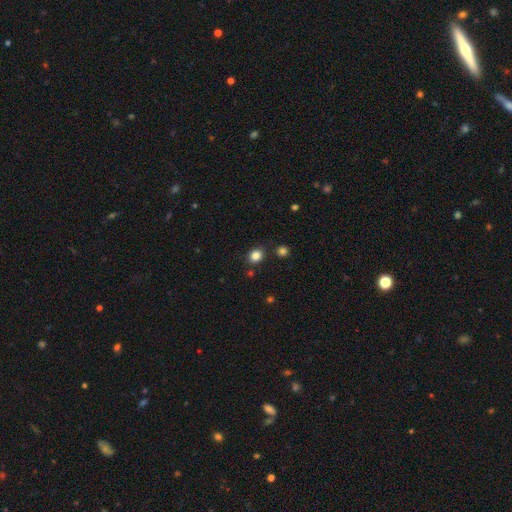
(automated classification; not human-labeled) smooth_or_featured: smooth (p=0.83) [alt: star or artifact p=0.12]
how_rounded: round (p=0.66) [alt: in between p=0.33]
merging: none (p=0.84) [alt: minor disturbance p=0.09]